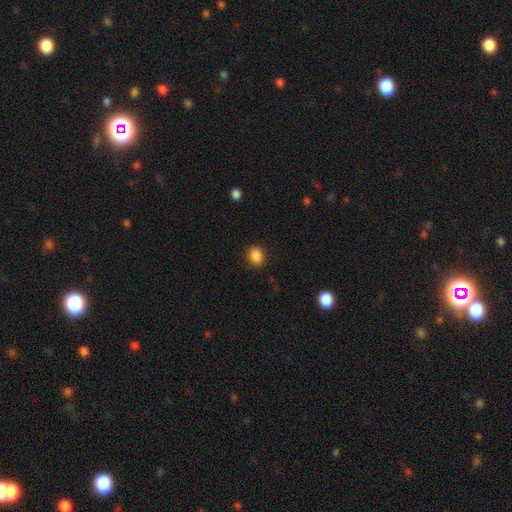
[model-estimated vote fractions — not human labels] Smooth or featured: smooth — 87% (star or artifact — 10%)
How rounded: round — 54% (in between — 45%)
Merging: none — 89% (minor disturbance — 7%)